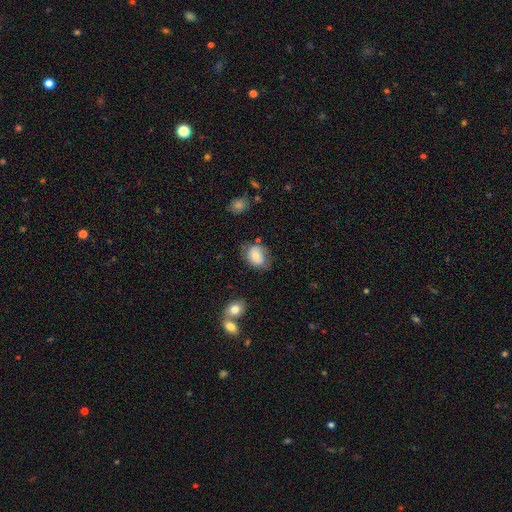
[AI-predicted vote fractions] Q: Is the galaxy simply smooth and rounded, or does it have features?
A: smooth — 68%.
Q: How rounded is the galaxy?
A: in between — 64%.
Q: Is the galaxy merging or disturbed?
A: none — 60%.